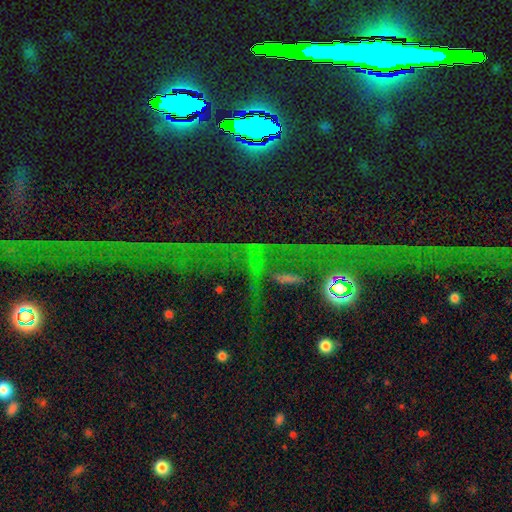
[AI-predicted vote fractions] Smooth or featured: star or artifact — 72% (featured or disk — 15%)